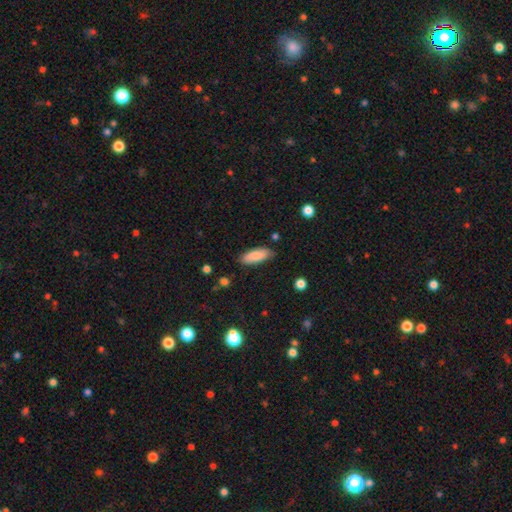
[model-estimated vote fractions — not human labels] The model was most divided on "how rounded": in between: 72%, cigar-shaped: 27%, round: 2%. More confident: smooth or featured — smooth (83%); merging — none (82%).